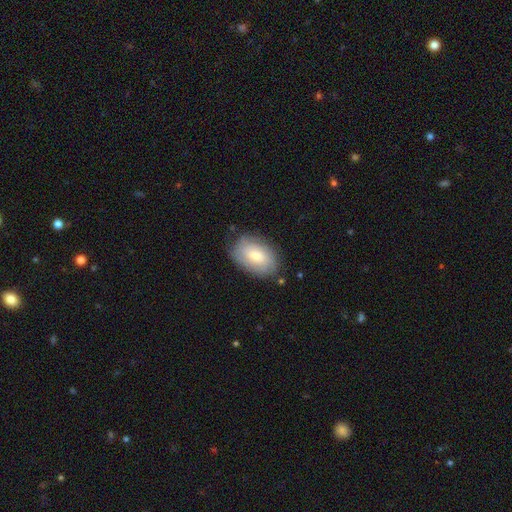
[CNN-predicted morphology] A smooth galaxy with no disk features (61%) that is in between round and cigar-shaped (90%). Merging: none (76%).